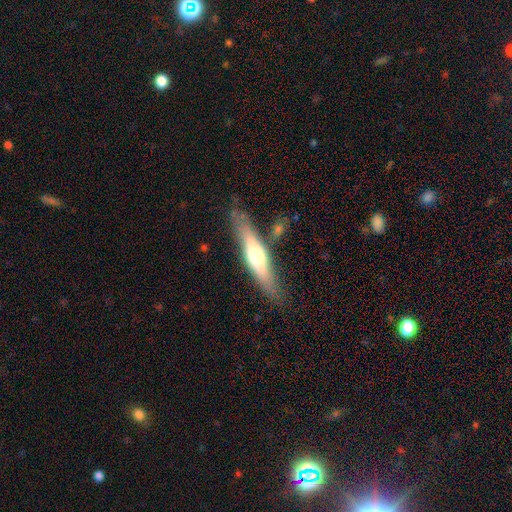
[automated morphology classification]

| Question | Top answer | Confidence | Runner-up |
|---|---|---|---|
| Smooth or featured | featured or disk | 51% | smooth (43%) |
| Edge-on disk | yes | 84% | no (16%) |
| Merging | none | 76% | minor disturbance (15%) |